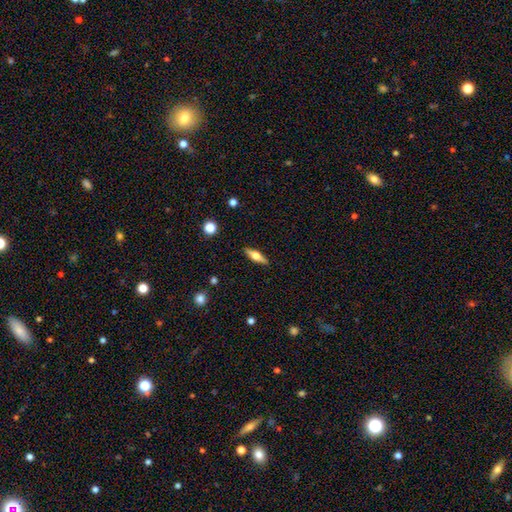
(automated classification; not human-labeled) This is possibly a featured or disk galaxy (53%). It is clearly viewed edge-on (94%). Edge-on bulge: clearly rounded (93%). Merging: clearly none (89%).